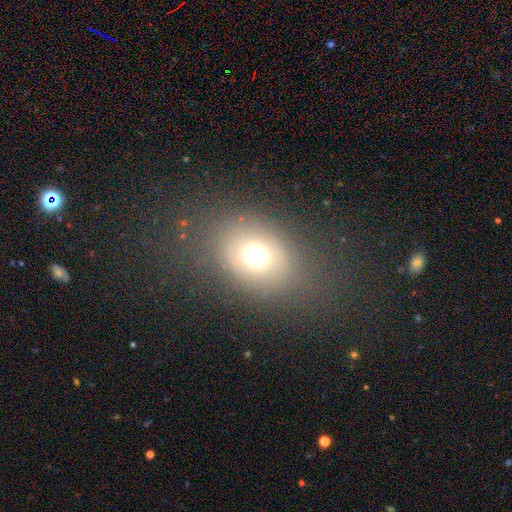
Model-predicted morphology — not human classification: smooth-or-featured: smooth: 66% | star or artifact: 20% | featured or disk: 15%
  how-rounded: in between: 57% | round: 42% | cigar-shaped: 1%
  merging: none: 77% | minor disturbance: 12% | major disturbance: 10% | merger: 2%